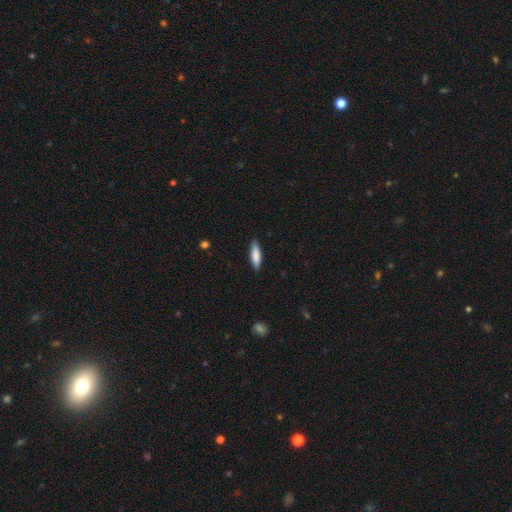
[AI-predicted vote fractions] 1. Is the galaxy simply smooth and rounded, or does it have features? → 81% smooth, 13% featured or disk, 6% star or artifact.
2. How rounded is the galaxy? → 68% cigar-shaped, 31% in between, 1% round.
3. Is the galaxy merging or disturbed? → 87% none, 10% minor disturbance, 2% major disturbance, 1% merger.